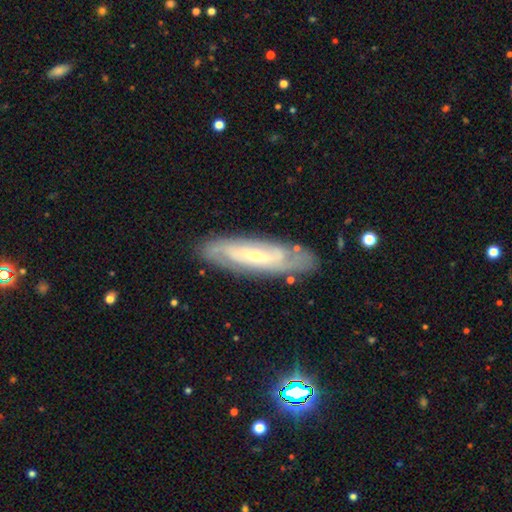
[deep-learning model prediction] featured or disk 79%, smooth 15%, star or artifact 6%. Down the decision tree: edge-on disk — no (78%); bar — no (45%); spiral arms — yes (87%); spiral arm count — can't tell (42%); spiral winding — tight (57%); bulge size — small (66%); merging — none (82%).